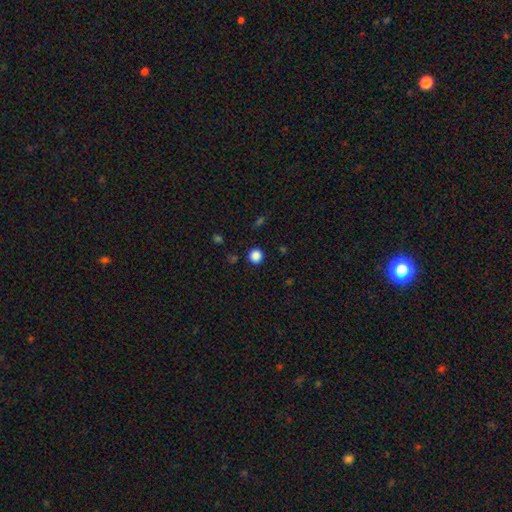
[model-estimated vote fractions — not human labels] A smooth galaxy with no disk features (86%) that is round (93%). Merging: none (91%).